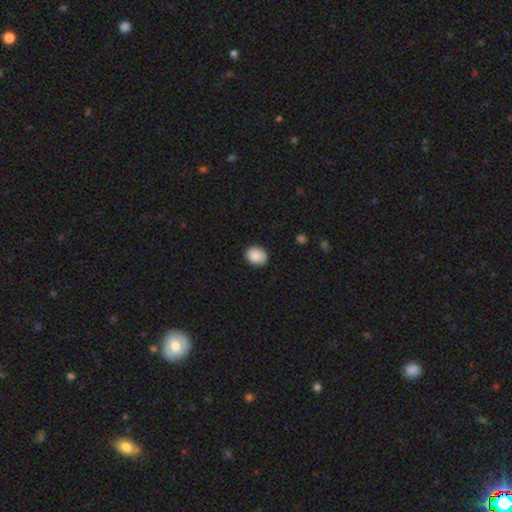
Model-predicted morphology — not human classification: type=smooth (88%); roundness=round (58%); merging=none (87%).